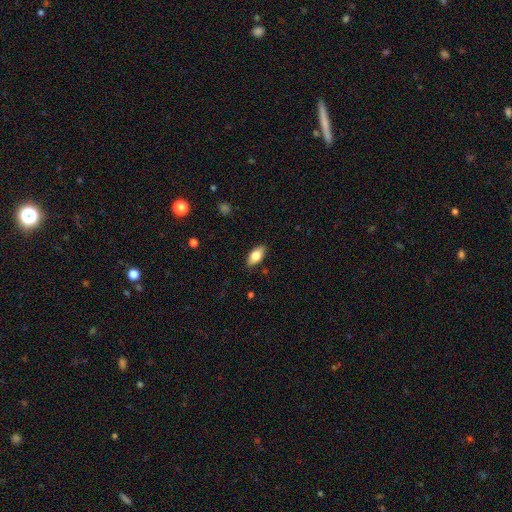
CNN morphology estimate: A smooth galaxy with no disk features (76%) that is in between round and cigar-shaped (89%). Merging: none (87%).